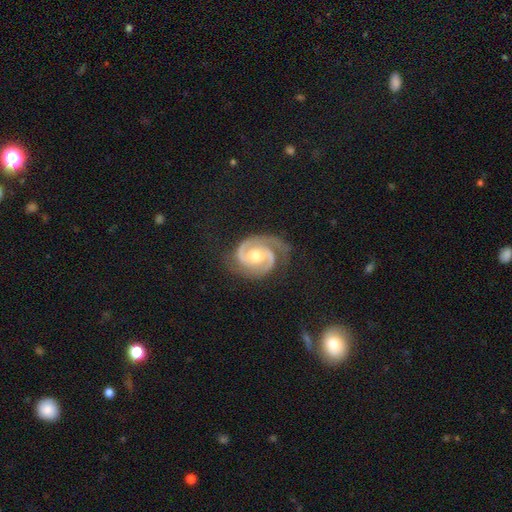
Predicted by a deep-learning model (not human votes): Smooth or featured? Predicted: featured or disk (p=0.92). Edge-on disk? Predicted: no (p=0.98). Bar? Predicted: no (p=0.63). Spiral arms? Predicted: yes (p=0.99). Spiral winding? Predicted: tight (p=0.58). Spiral arm count? Predicted: 2 (p=0.92). Bulge size? Predicted: moderate (p=0.71). Merging? Predicted: none (p=0.75).